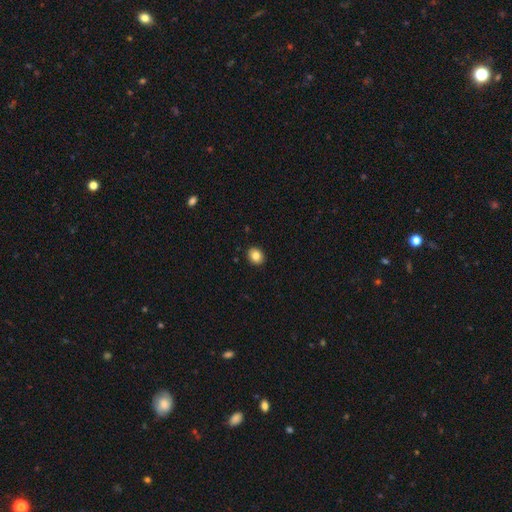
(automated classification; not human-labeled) A smooth galaxy with no disk features (84%) that is round (61%).

Vote fractions:
- Smooth or featured? smooth: 84% / star or artifact: 9% / featured or disk: 7%
- How rounded? round: 61% / in between: 38% / cigar-shaped: 1%
- Merging? none: 91% / minor disturbance: 6% / major disturbance: 2% / merger: 1%